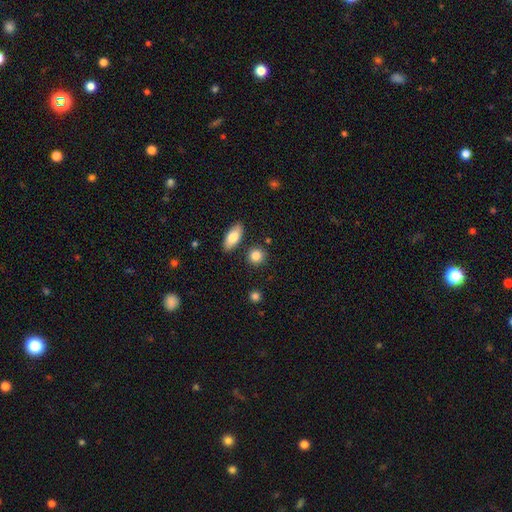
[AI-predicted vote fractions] A smooth galaxy with no disk features (85%) that is round (77%). Merging: none (83%).